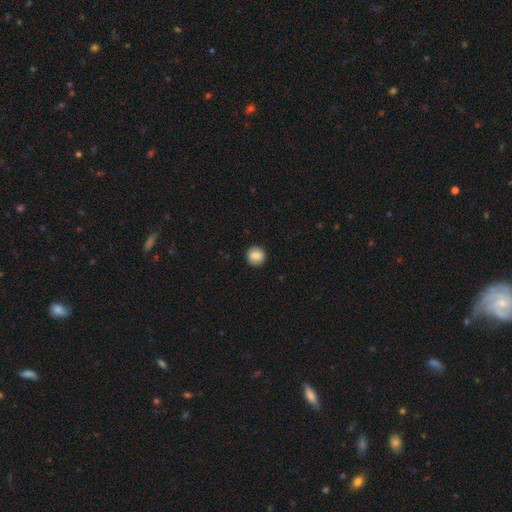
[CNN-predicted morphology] A smooth galaxy with no disk features (83%) that is round (94%).

Vote fractions:
- Smooth or featured? smooth: 83% / featured or disk: 9% / star or artifact: 9%
- How rounded? round: 94% / in between: 5% / cigar-shaped: 1%
- Merging? none: 92% / minor disturbance: 6% / major disturbance: 2% / merger: 1%